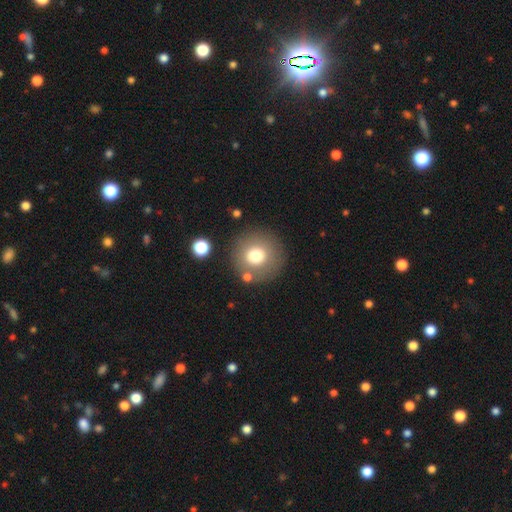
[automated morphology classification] Smooth or featured?
  - smooth: 74% *
  - featured or disk: 15%
  - star or artifact: 11%
How rounded?
  - round: 95% *
  - in between: 4%
  - cigar-shaped: 1%
Merging?
  - none: 83% *
  - minor disturbance: 8%
  - merger: 5%
  - major disturbance: 4%